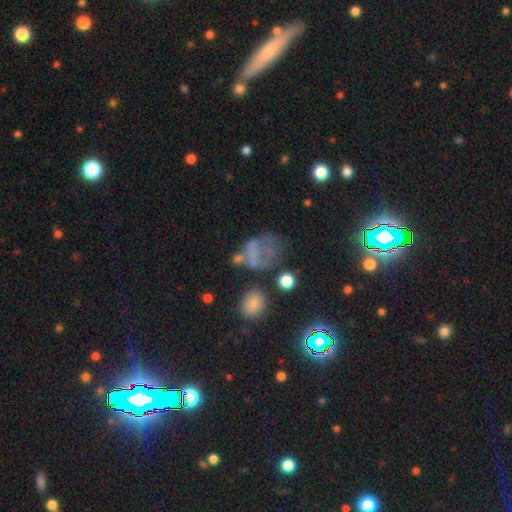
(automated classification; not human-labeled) This appears to be a smooth galaxy with no disk features (41%). Merging: major disturbance (37%).